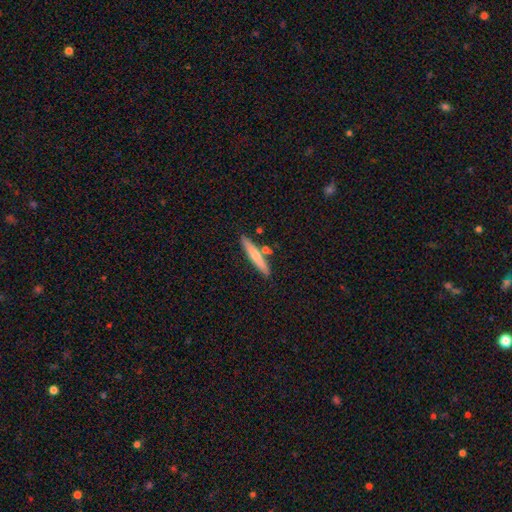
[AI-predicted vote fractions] A smooth galaxy with no disk features (65%) that is cigar-shaped (92%). Merging: none (79%).